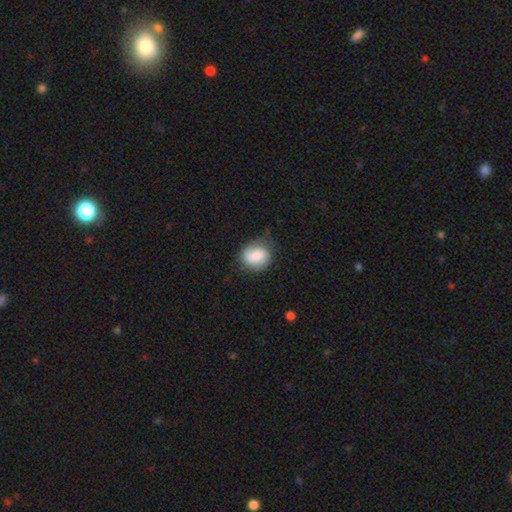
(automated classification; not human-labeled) Smooth or featured?
  - smooth: 70% *
  - featured or disk: 22%
  - star or artifact: 8%
How rounded?
  - round: 62% *
  - in between: 37%
  - cigar-shaped: 1%
Merging?
  - none: 69% *
  - minor disturbance: 22%
  - major disturbance: 7%
  - merger: 2%